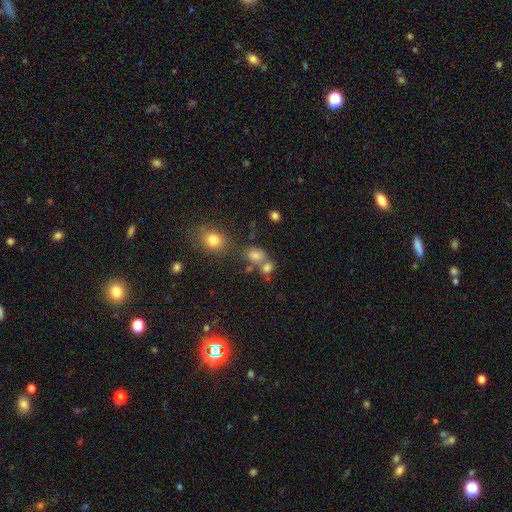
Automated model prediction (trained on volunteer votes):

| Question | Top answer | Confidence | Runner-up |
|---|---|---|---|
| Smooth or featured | smooth | 64% | star or artifact (24%) |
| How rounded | round | 60% | in between (38%) |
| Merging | none | 46% | merger (37%) |